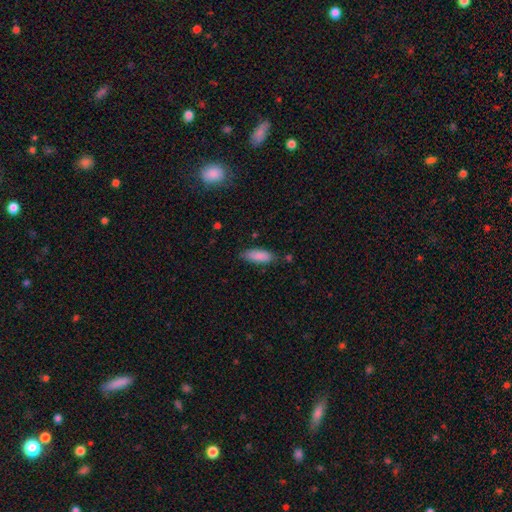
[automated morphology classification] This appears to be a smooth galaxy with no disk features (87%) that is in between round and cigar-shaped (71%). Merging: none (78%).